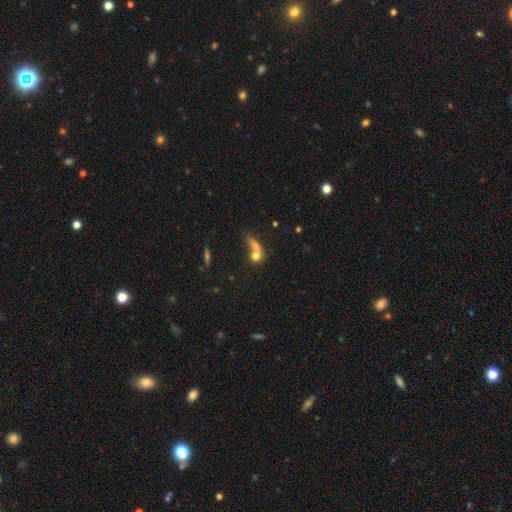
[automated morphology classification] smooth-or-featured: smooth: 68% | featured or disk: 19% | star or artifact: 13%
  how-rounded: round: 60% | in between: 31% | cigar-shaped: 8%
  merging: merger: 58% | none: 28% | minor disturbance: 7% | major disturbance: 7%